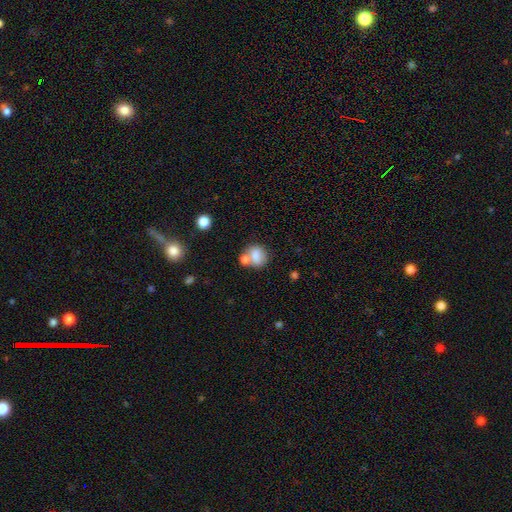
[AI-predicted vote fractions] smooth-or-featured: smooth: 78% | featured or disk: 13% | star or artifact: 9%
  how-rounded: round: 59% | in between: 40% | cigar-shaped: 1%
  merging: merger: 42% | none: 41% | minor disturbance: 12% | major disturbance: 5%